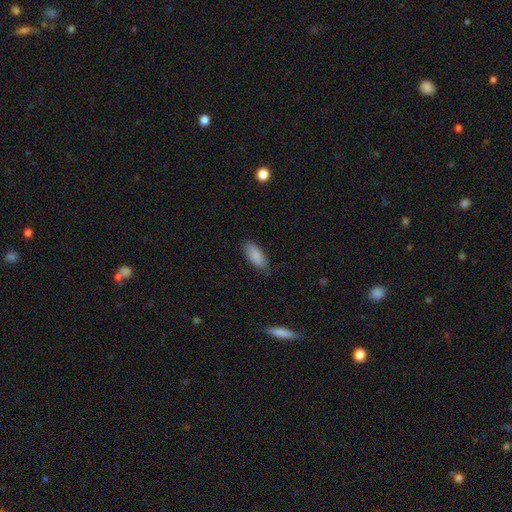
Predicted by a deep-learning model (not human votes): smooth_or_featured: smooth (p=0.88) [alt: star or artifact p=0.06]
how_rounded: in between (p=0.82) [alt: cigar-shaped p=0.16]
merging: none (p=0.79) [alt: minor disturbance p=0.17]